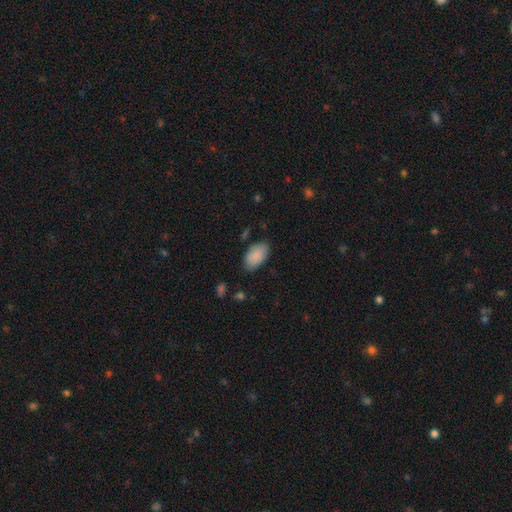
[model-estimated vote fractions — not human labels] The model was most divided on "merging": none: 79%, minor disturbance: 16%, major disturbance: 3%, merger: 2%. More confident: how rounded — in between (95%); smooth or featured — smooth (87%).